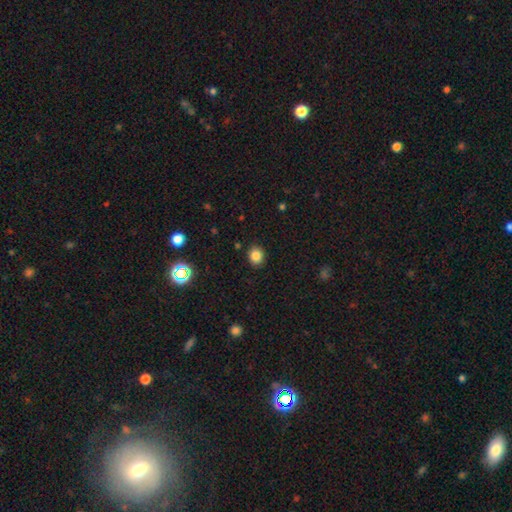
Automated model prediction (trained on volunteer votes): smooth-or-featured: smooth: 83% | star or artifact: 12% | featured or disk: 5%
  how-rounded: round: 68% | in between: 31% | cigar-shaped: 1%
  merging: none: 89% | minor disturbance: 8% | major disturbance: 2% | merger: 1%